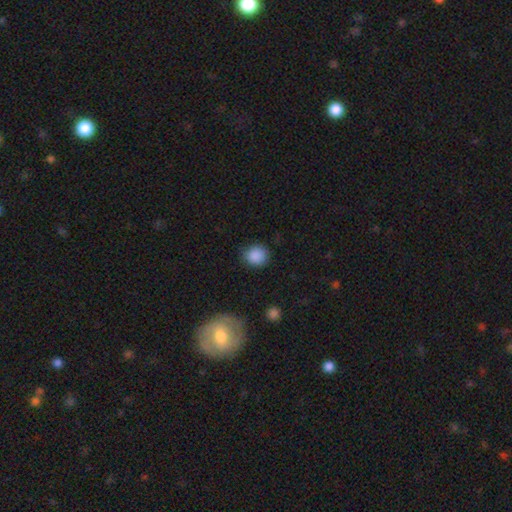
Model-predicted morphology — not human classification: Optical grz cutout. It shows a smooth galaxy with no disk features (88%) that is round (86%). Merging: none (85%).